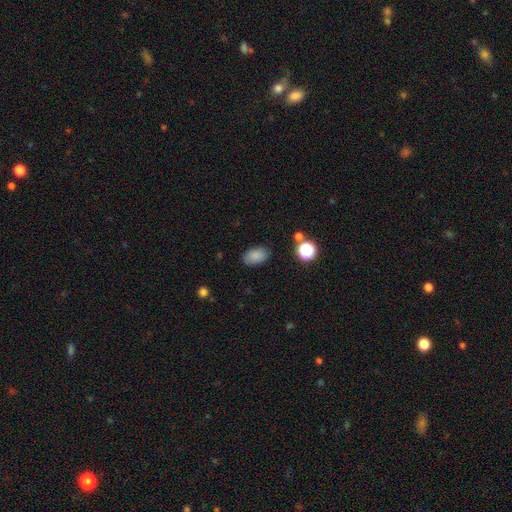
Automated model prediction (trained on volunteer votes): smooth-or-featured: smooth: 84% | star or artifact: 10% | featured or disk: 6%
  how-rounded: in between: 90% | round: 8% | cigar-shaped: 1%
  merging: none: 85% | minor disturbance: 11% | major disturbance: 3% | merger: 2%